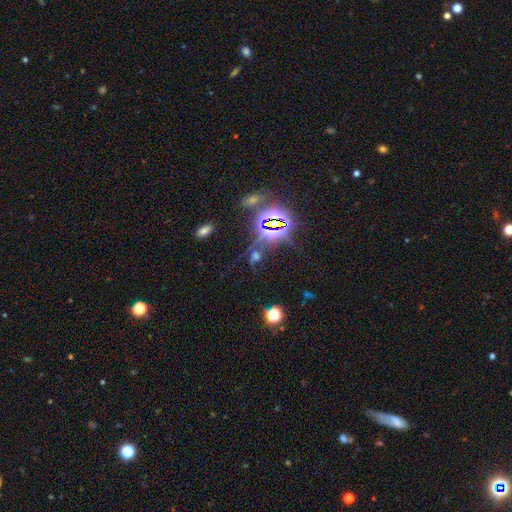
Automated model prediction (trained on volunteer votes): The model was most divided on "smooth or featured": star or artifact: 62%, smooth: 23%, featured or disk: 15%.